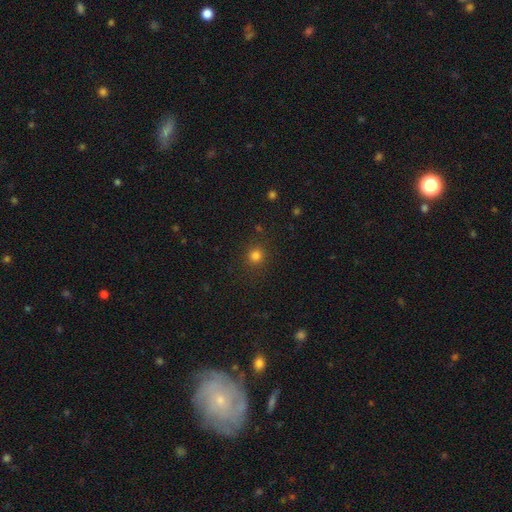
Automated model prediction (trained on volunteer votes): Smooth or featured? Predicted: smooth (p=0.81). How rounded? Predicted: round (p=0.88). Merging? Predicted: none (p=0.88).